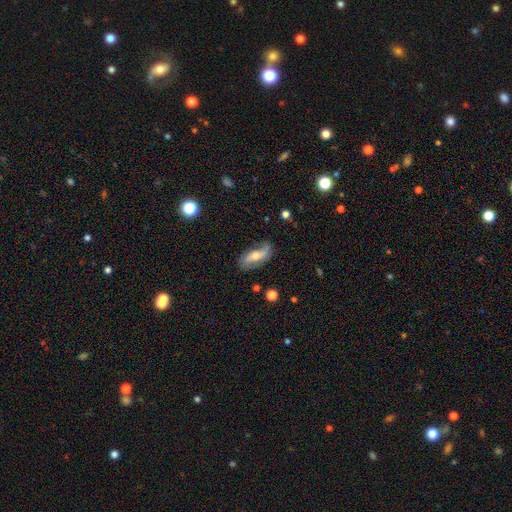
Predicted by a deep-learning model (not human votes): Smooth or featured: featured or disk — 60% (smooth — 33%)
Edge-on disk: no — 83% (yes — 17%)
Merging: none — 67% (minor disturbance — 23%)